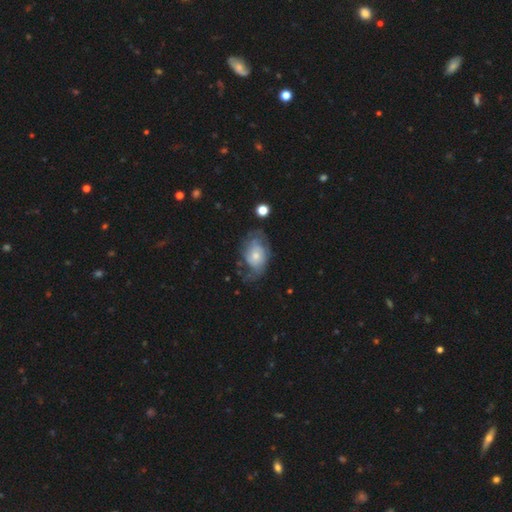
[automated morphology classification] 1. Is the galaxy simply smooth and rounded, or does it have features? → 58% featured or disk, 35% smooth, 7% star or artifact.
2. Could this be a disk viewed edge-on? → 96% no, 4% yes.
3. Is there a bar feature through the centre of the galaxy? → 80% no, 18% weak, 3% strong.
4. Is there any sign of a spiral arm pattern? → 74% yes, 26% no.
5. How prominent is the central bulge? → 46% small, 42% moderate, 7% large, 3% none, 2% dominant.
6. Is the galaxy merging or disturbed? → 42% none, 28% minor disturbance, 27% major disturbance, 3% merger.